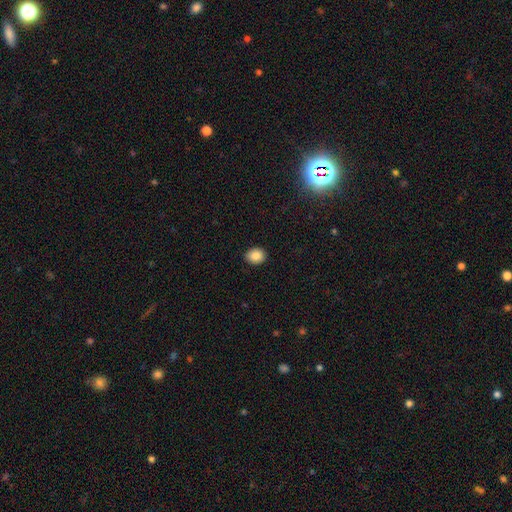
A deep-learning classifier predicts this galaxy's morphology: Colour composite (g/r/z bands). It shows a smooth galaxy with no disk features (87%) that is round (54%). Merging: none (89%).